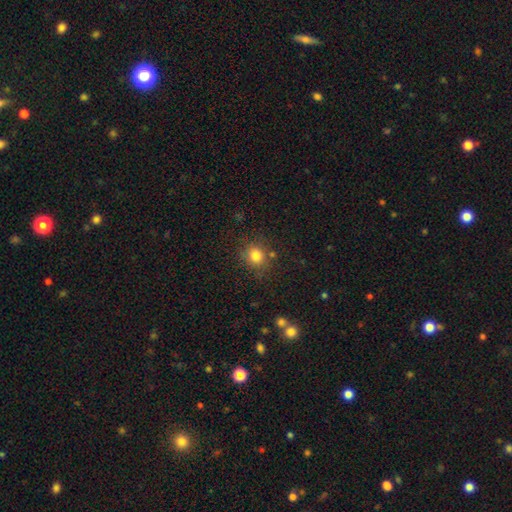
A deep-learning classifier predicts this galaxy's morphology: smooth_or_featured: smooth (p=0.81) [alt: star or artifact p=0.13]
how_rounded: round (p=0.79) [alt: in between p=0.20]
merging: none (p=0.79) [alt: minor disturbance p=0.12]